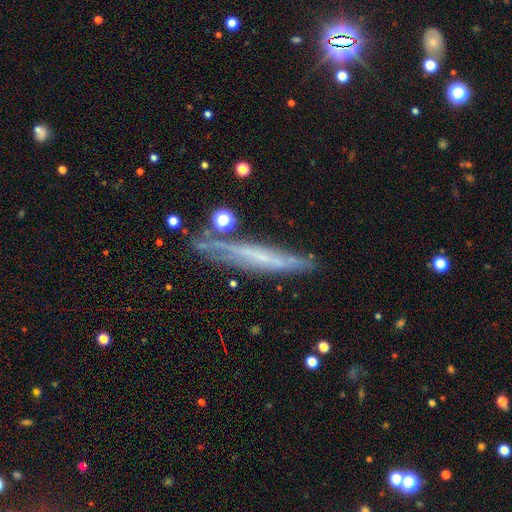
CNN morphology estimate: The model was most divided on "smooth or featured": featured or disk: 57%, smooth: 31%, star or artifact: 12%. More confident: edge-on disk — yes (77%); merging — none (68%).